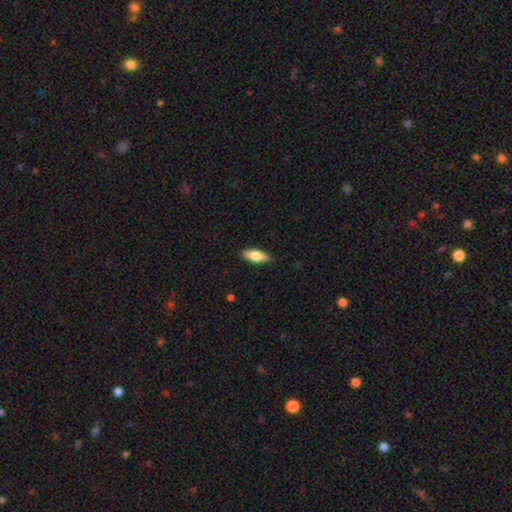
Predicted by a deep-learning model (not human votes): The model was most divided on "how rounded": in between: 66%, cigar-shaped: 32%, round: 2%. More confident: merging — none (88%); smooth or featured — smooth (73%).